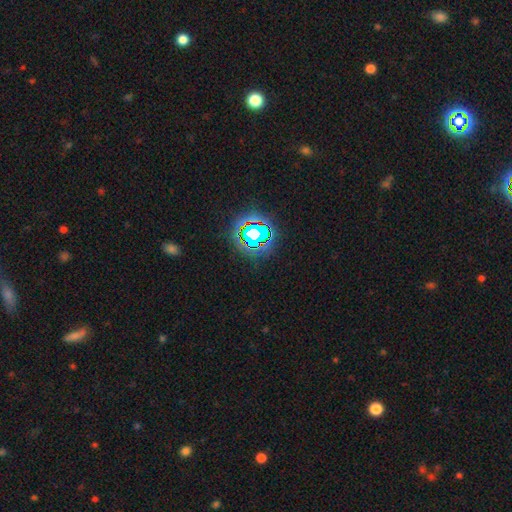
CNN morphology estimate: Smooth or featured? Predicted: star or artifact (p=0.80).